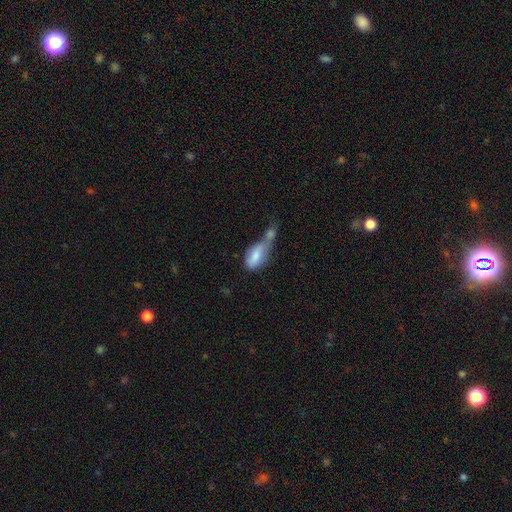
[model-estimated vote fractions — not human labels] smooth 76%, featured or disk 17%, star or artifact 7%. Down the decision tree: how rounded — in between (87%); merging — merger (65%).